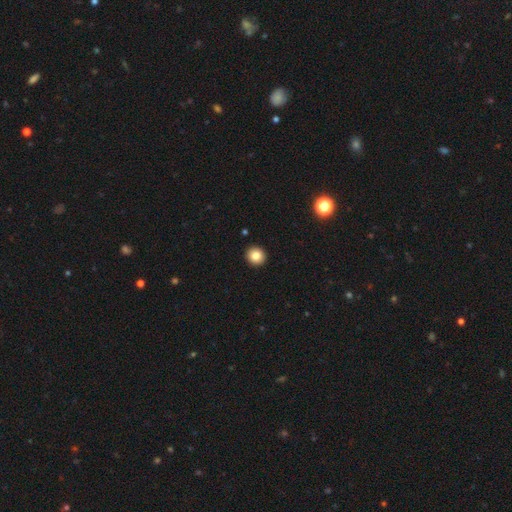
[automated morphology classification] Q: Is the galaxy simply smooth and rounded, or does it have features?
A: smooth — 84%.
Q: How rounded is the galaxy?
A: round — 92%.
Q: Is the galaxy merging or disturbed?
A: none — 93%.